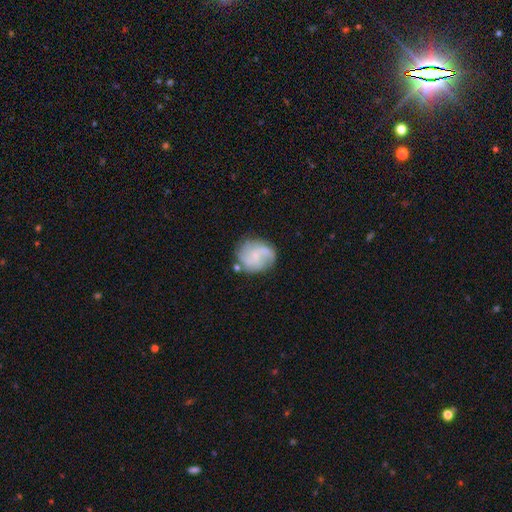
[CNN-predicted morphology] Smooth or featured? Predicted: featured or disk (p=0.64). Edge-on disk? Predicted: no (p=0.98). Bar? Predicted: no (p=0.60). Spiral arms? Predicted: yes (p=0.88). Spiral winding? Predicted: medium (p=0.44). Spiral arm count? Predicted: 2 (p=0.35). Bulge size? Predicted: small (p=0.65). Merging? Predicted: none (p=0.65).